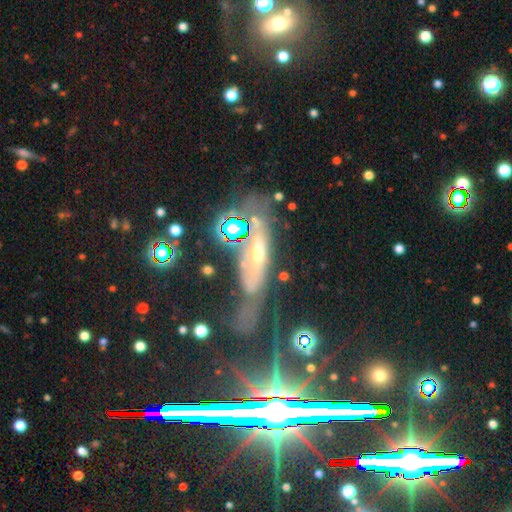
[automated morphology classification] This is possibly a featured or disk galaxy (54%). It is possibly not viewed edge-on (50%, tied with yes). Merging: possibly none (51%).